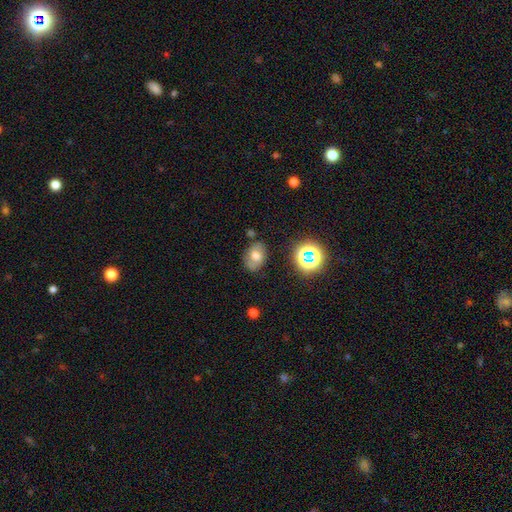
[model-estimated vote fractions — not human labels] Q: Smooth or featured?
A: smooth (64%); runner-up: featured or disk (21%)
Q: How rounded?
A: in between (76%); runner-up: round (23%)
Q: Merging?
A: none (73%); runner-up: minor disturbance (18%)